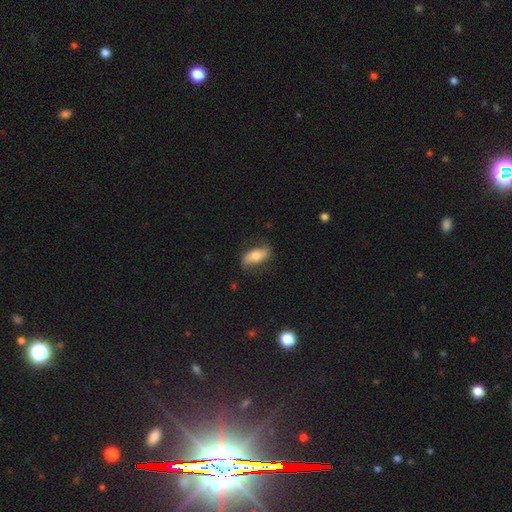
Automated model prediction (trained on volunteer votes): Smooth or featured: smooth — 53% (featured or disk — 40%)
How rounded: in between — 79% (cigar-shaped — 16%)
Merging: none — 74% (minor disturbance — 18%)